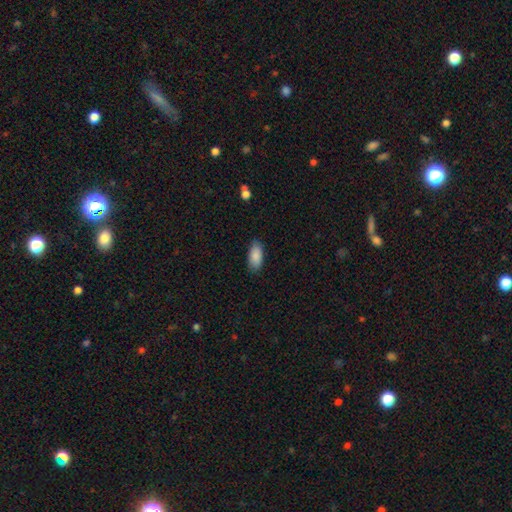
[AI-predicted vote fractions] Q: Smooth or featured?
A: smooth (89%); runner-up: star or artifact (6%)
Q: How rounded?
A: in between (91%); runner-up: cigar-shaped (7%)
Q: Merging?
A: none (83%); runner-up: minor disturbance (14%)